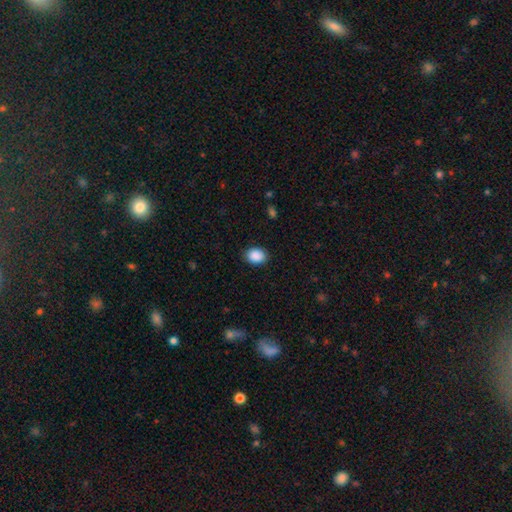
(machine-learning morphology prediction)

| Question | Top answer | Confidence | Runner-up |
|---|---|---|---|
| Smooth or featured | smooth | 90% | star or artifact (7%) |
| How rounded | in between | 65% | round (34%) |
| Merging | none | 87% | minor disturbance (9%) |